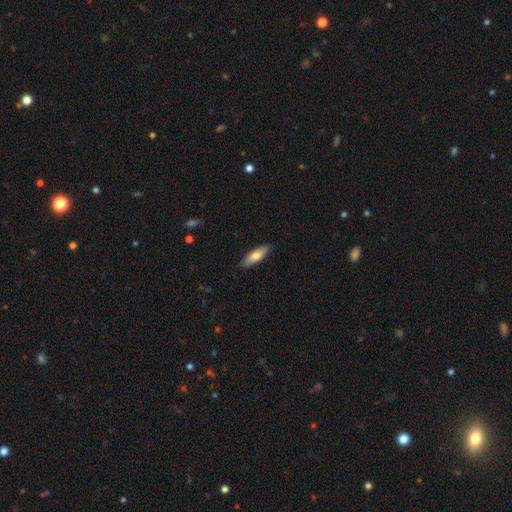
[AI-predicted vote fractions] smooth-or-featured: smooth: 75% | featured or disk: 19% | star or artifact: 6%
  how-rounded: in between: 53% | cigar-shaped: 46% | round: 2%
  merging: none: 87% | minor disturbance: 10% | major disturbance: 2% | merger: 1%